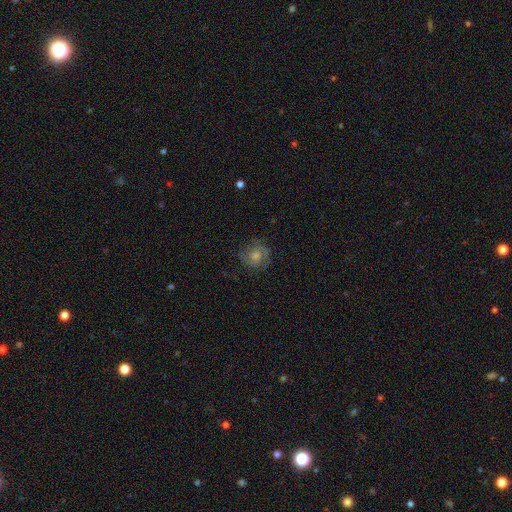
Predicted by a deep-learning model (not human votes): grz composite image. It shows a featured or disk galaxy (49%). Merging: none (80%).